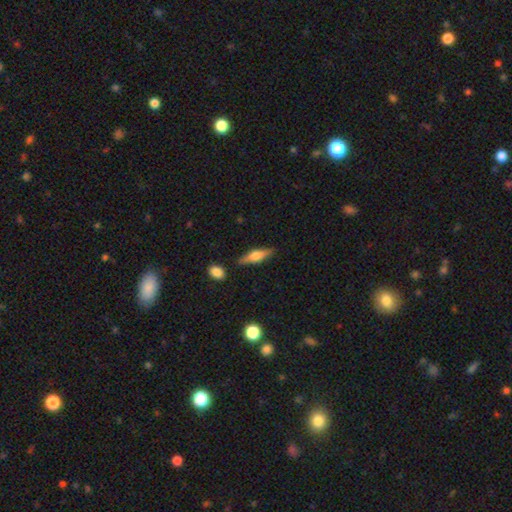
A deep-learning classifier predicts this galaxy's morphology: Q: Smooth or featured?
A: smooth (47%); runner-up: featured or disk (46%)
Q: Merging?
A: none (83%); runner-up: minor disturbance (11%)